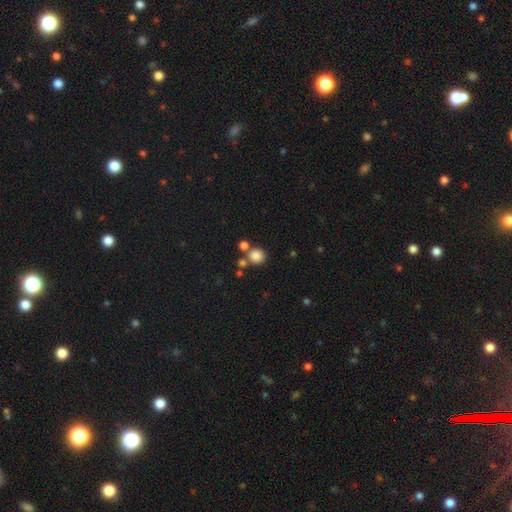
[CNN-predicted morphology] A smooth galaxy with no disk features (83%) that is round (90%).

Vote fractions:
- Smooth or featured? smooth: 83% / star or artifact: 11% / featured or disk: 5%
- How rounded? round: 90% / in between: 9% / cigar-shaped: 1%
- Merging? none: 67% / merger: 21% / minor disturbance: 8% / major disturbance: 3%